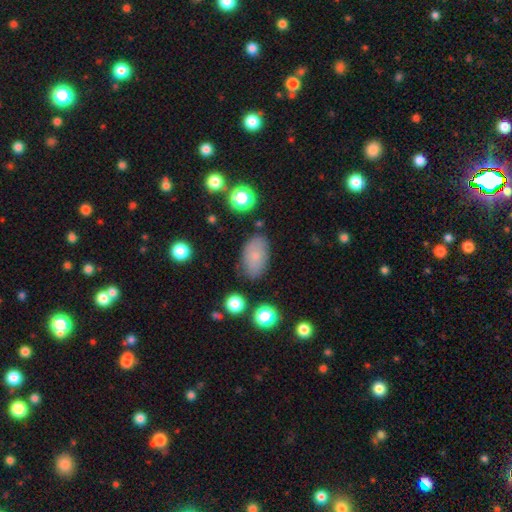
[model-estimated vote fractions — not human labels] This is likely a smooth galaxy (78%). How rounded: clearly in between (92%). Merging: clearly none (80%).